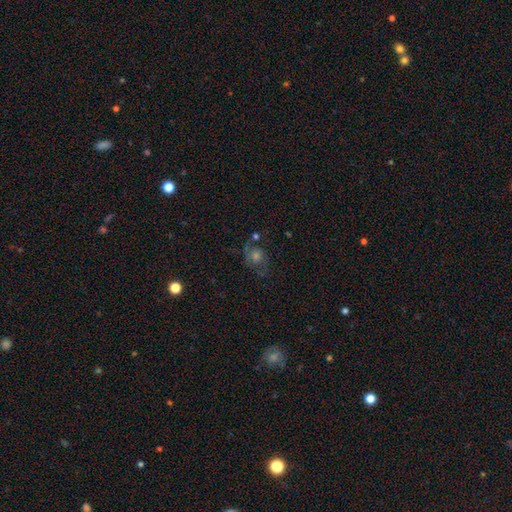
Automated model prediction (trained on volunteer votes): This appears to be a featured or disk galaxy (47%). Merging: none (61%).